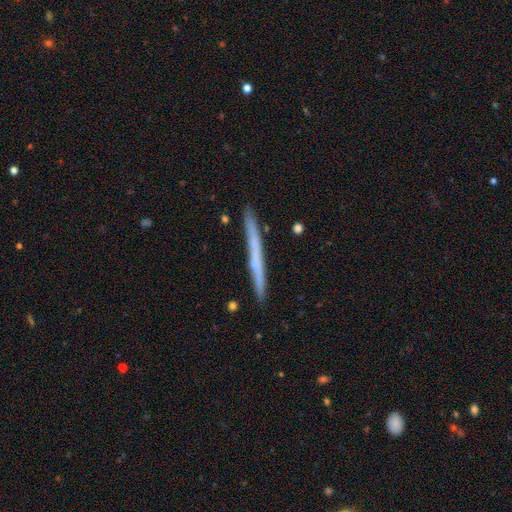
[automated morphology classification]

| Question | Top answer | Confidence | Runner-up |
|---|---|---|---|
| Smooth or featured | featured or disk | 52% | smooth (42%) |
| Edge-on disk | yes | 97% | no (3%) |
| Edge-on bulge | none | 81% | rounded (16%) |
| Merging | none | 90% | minor disturbance (7%) |